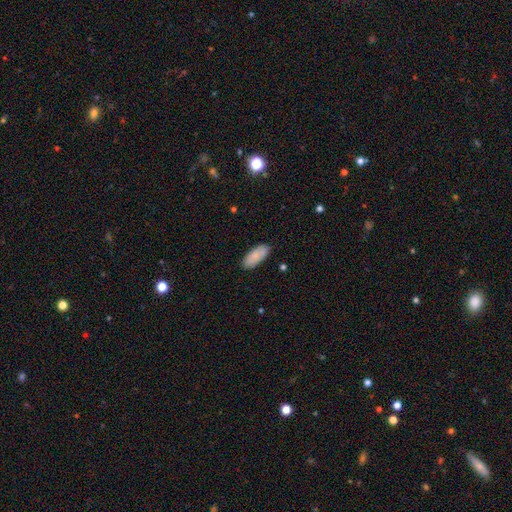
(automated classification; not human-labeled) smooth 84%, featured or disk 10%, star or artifact 6%. Down the decision tree: how rounded — in between (86%); merging — none (84%).